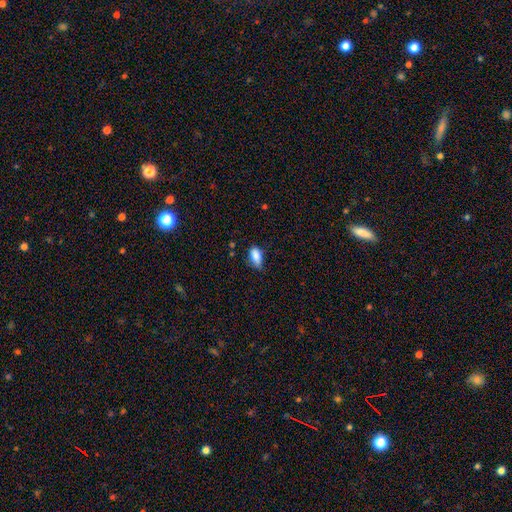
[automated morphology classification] Smooth or featured? Predicted: smooth (p=0.84). How rounded? Predicted: in between (p=0.88). Merging? Predicted: none (p=0.52).